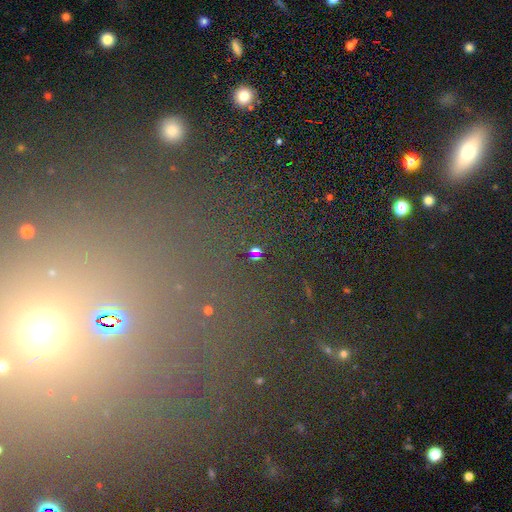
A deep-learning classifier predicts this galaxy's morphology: This appears to be a star or artifact, not a galaxy (69%).